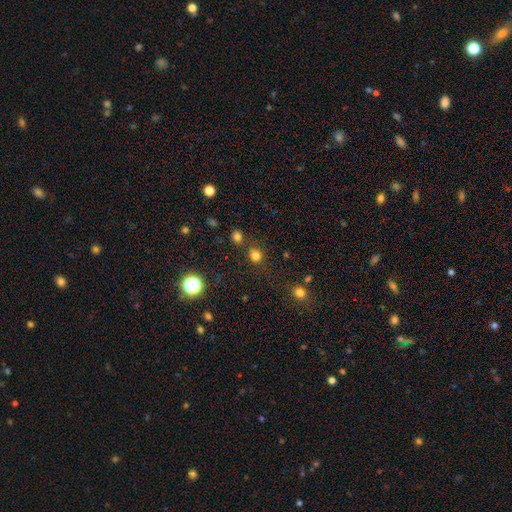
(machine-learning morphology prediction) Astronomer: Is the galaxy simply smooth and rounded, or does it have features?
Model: smooth — 75%.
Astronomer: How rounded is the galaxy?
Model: round — 88%.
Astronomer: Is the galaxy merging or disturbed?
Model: none — 74%.